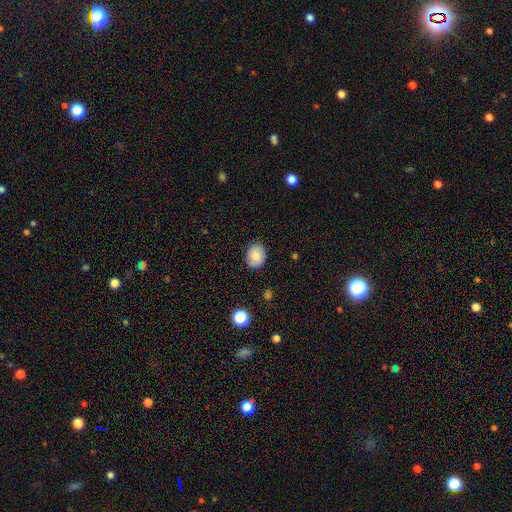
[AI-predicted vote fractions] A smooth galaxy with no disk features (82%) that is in between round and cigar-shaped (57%). Merging: none (87%).